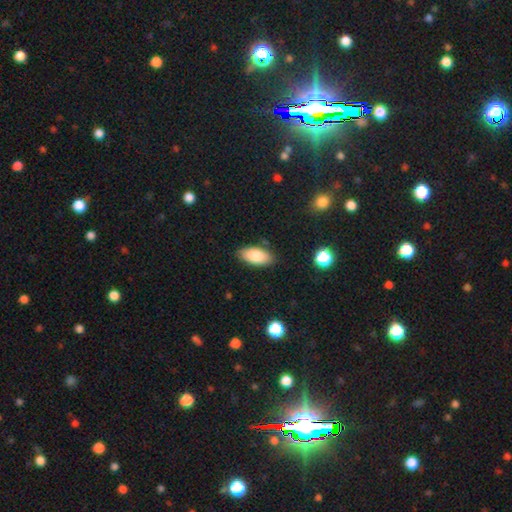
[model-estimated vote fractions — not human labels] Smooth or featured?
  - smooth: 84% *
  - featured or disk: 9%
  - star or artifact: 7%
How rounded?
  - in between: 91% *
  - cigar-shaped: 6%
  - round: 2%
Merging?
  - none: 84% *
  - minor disturbance: 12%
  - major disturbance: 2%
  - merger: 2%